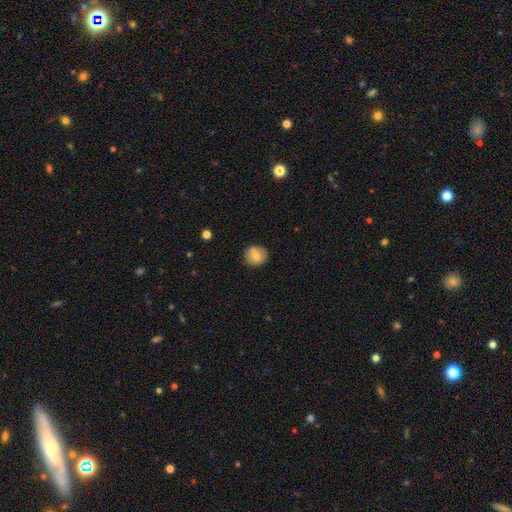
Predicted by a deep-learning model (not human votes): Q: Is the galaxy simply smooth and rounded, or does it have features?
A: smooth — 66%.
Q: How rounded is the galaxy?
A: round — 88%.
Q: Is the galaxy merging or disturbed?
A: none — 76%.